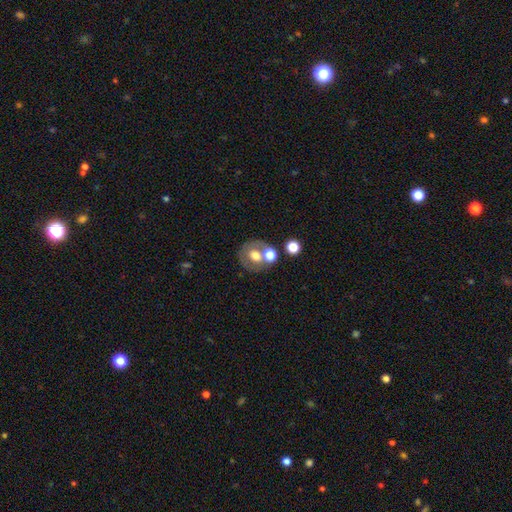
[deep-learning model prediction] Smooth or featured: smooth — 53% (featured or disk — 37%)
How rounded: round — 73% (in between — 26%)
Merging: none — 55% (merger — 28%)